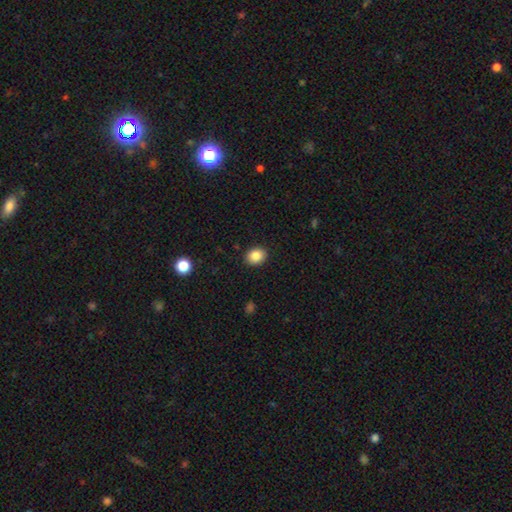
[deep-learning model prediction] A smooth galaxy with no disk features (86%) that is round (50%). Merging: none (90%).